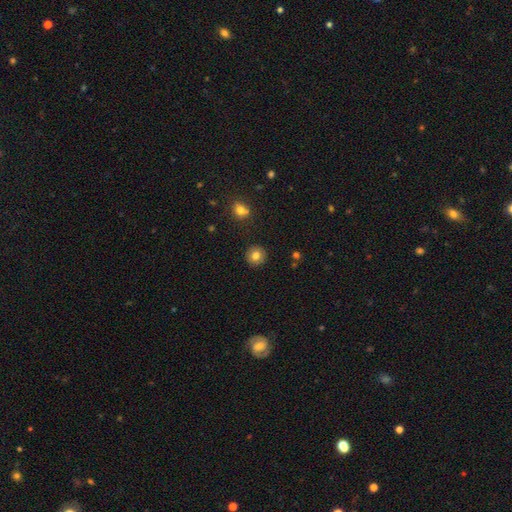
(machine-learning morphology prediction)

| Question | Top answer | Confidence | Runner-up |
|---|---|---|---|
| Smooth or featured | smooth | 81% | star or artifact (10%) |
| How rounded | round | 93% | in between (6%) |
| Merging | none | 91% | minor disturbance (6%) |